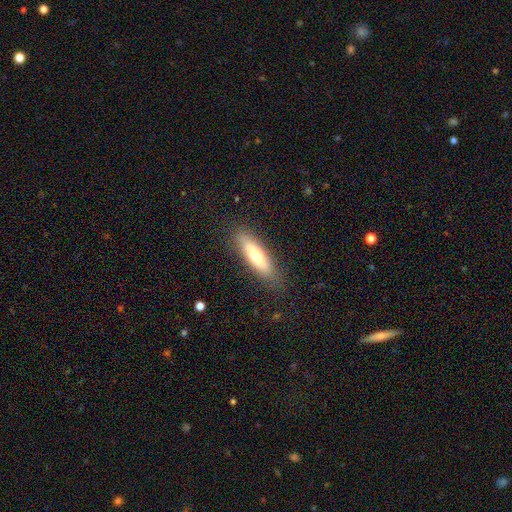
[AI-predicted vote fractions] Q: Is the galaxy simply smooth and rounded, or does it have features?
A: smooth — 65%.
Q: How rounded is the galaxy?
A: cigar-shaped — 64%.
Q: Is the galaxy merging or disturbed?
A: none — 86%.